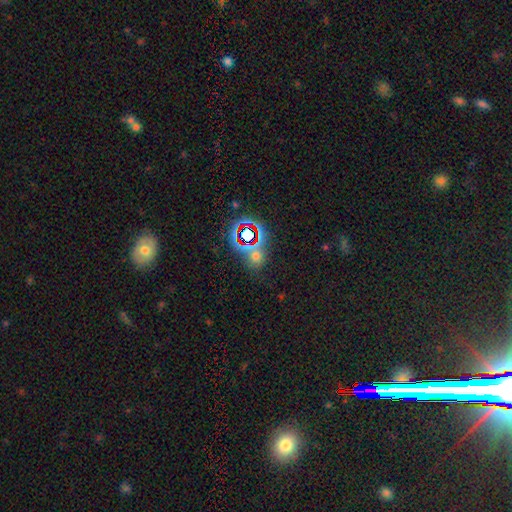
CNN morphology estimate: A star or artifact, not a galaxy (46%).